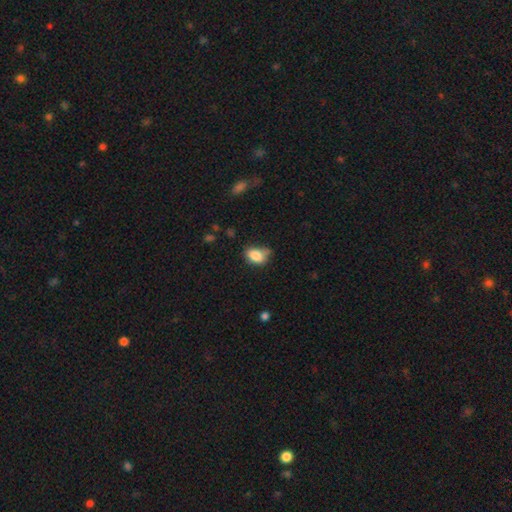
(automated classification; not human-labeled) Q: Smooth or featured?
A: smooth (84%); runner-up: star or artifact (9%)
Q: How rounded?
A: in between (82%); runner-up: round (16%)
Q: Merging?
A: none (51%); runner-up: minor disturbance (32%)